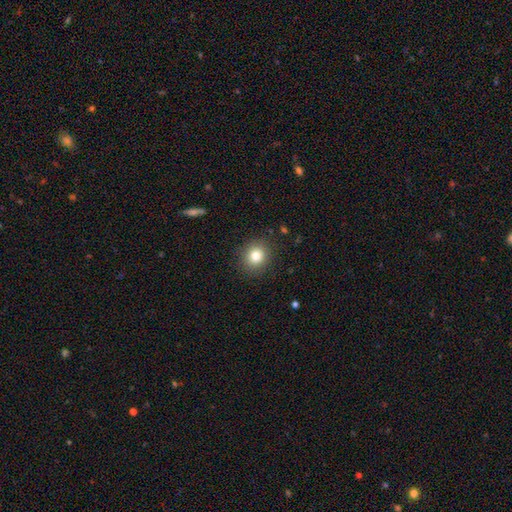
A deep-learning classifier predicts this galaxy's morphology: smooth_or_featured: smooth (p=0.80) [alt: star or artifact p=0.11]
how_rounded: round (p=0.79) [alt: in between p=0.20]
merging: none (p=0.88) [alt: minor disturbance p=0.08]